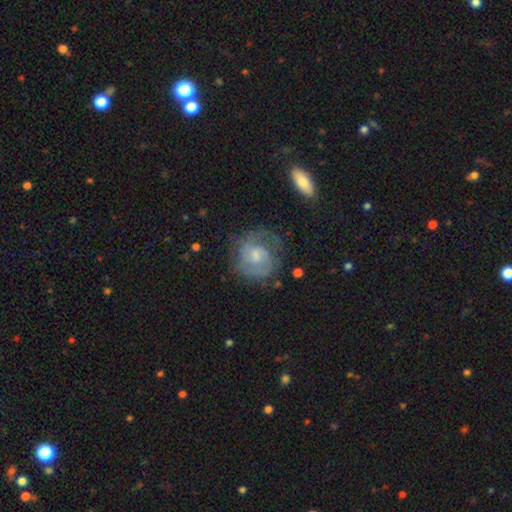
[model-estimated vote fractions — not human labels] Smooth or featured?
  - featured or disk: 72% *
  - smooth: 21%
  - star or artifact: 6%
Edge-on disk?
  - no: 98% *
  - yes: 2%
Bar?
  - no: 55% *
  - weak: 40%
  - strong: 5%
Spiral arms?
  - yes: 88% *
  - no: 12%
Spiral winding?
  - tight: 46% *
  - medium: 41%
  - loose: 14%
Spiral arm count?
  - 2: 54% *
  - can't tell: 24%
  - 1: 9%
  - 3: 8%
  - 4: 3%
  - more than 4: 2%
Bulge size?
  - moderate: 43% * (tied)
  - small: 43% * (tied)
  - none: 8%
  - large: 5%
  - dominant: 1%
Merging?
  - none: 61% *
  - minor disturbance: 21%
  - major disturbance: 16%
  - merger: 2%